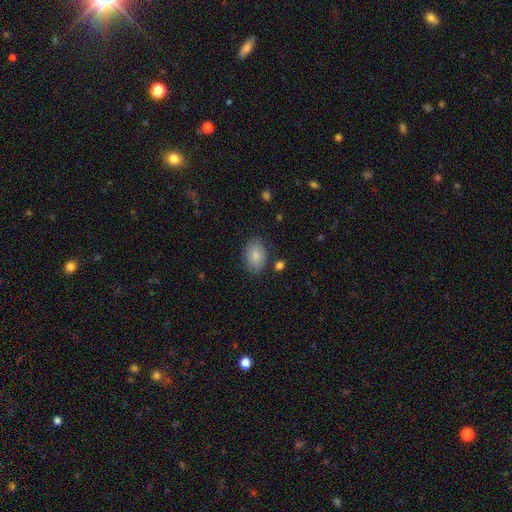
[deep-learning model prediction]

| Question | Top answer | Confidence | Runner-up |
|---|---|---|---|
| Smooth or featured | smooth | 84% | featured or disk (9%) |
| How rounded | in between | 82% | round (17%) |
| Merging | none | 78% | minor disturbance (15%) |